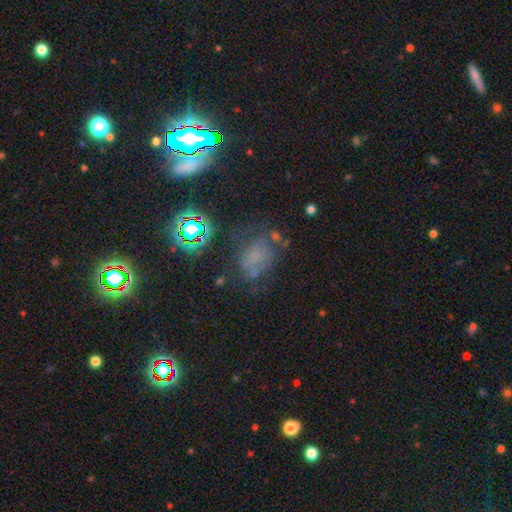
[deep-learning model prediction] smooth 40%, star or artifact 30%, featured or disk 30%. Down the decision tree: merging — none (46%).